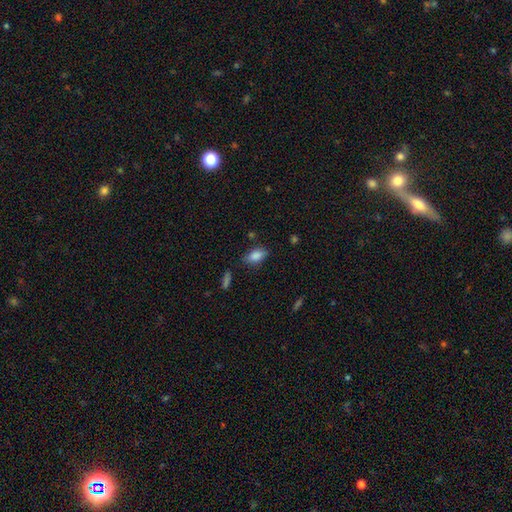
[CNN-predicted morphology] Overall: smooth (84%). How rounded: in between (88%). Merging: none (76%).